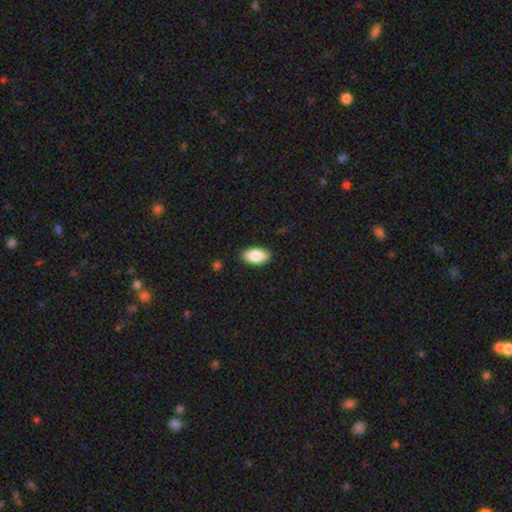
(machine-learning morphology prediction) This is clearly a smooth galaxy (86%). How rounded: clearly in between (94%). Merging: clearly none (88%).